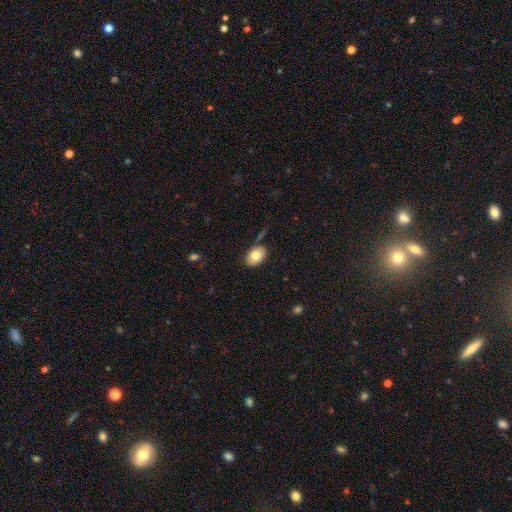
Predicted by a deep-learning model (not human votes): This is clearly a smooth galaxy (80%). How rounded: likely in between (80%). Merging: clearly none (81%).